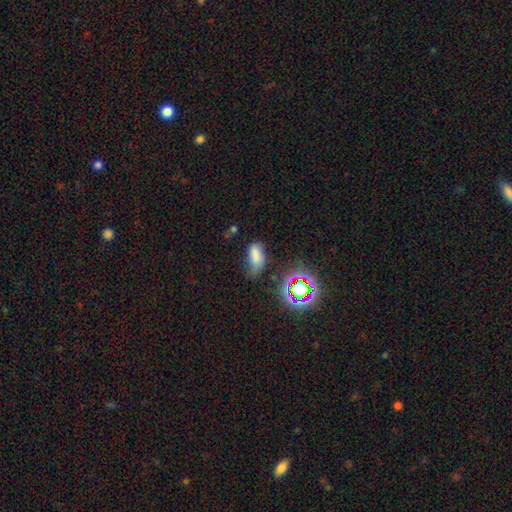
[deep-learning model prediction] A smooth galaxy with no disk features (68%) that is in between round and cigar-shaped (86%).

Vote fractions:
- Smooth or featured? smooth: 68% / star or artifact: 20% / featured or disk: 12%
- How rounded? in between: 86% / cigar-shaped: 9% / round: 5%
- Merging? none: 43% / minor disturbance: 35% / major disturbance: 17% / merger: 5%